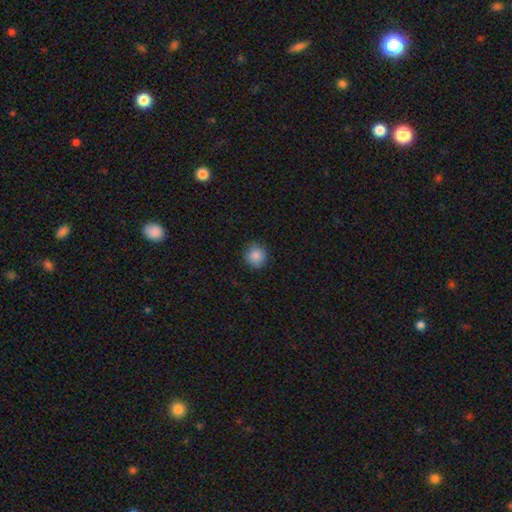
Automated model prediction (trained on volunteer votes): Smooth or featured?
  - smooth: 87% *
  - star or artifact: 10%
  - featured or disk: 4%
How rounded?
  - round: 94% *
  - in between: 5%
  - cigar-shaped: 1%
Merging?
  - none: 90% *
  - minor disturbance: 7%
  - major disturbance: 2%
  - merger: 1%